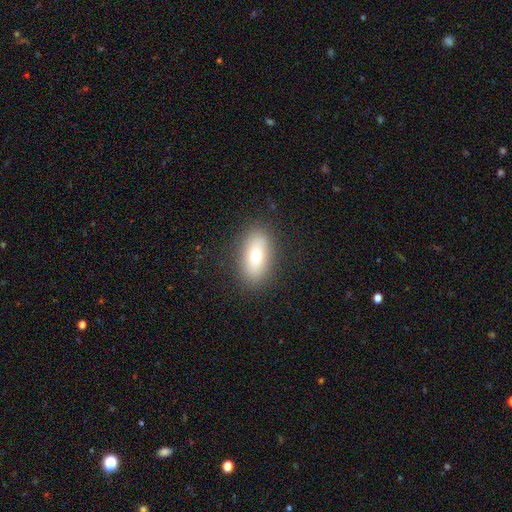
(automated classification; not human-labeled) This is likely a smooth galaxy (70%). How rounded: clearly in between (85%). Merging: clearly none (87%).